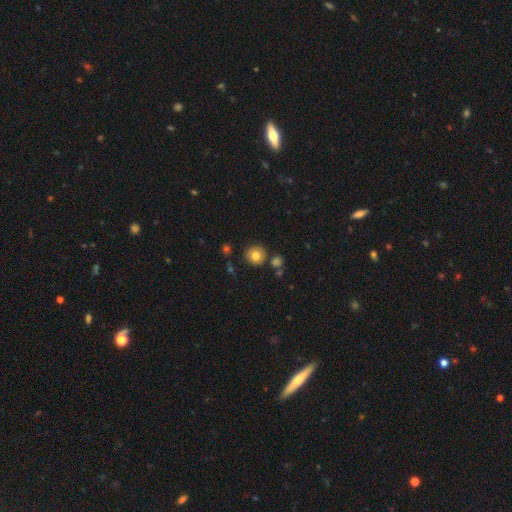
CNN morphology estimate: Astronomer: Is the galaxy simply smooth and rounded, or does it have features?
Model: smooth — 80%.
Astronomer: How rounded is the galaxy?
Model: round — 93%.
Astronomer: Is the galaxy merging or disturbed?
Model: none — 84%.